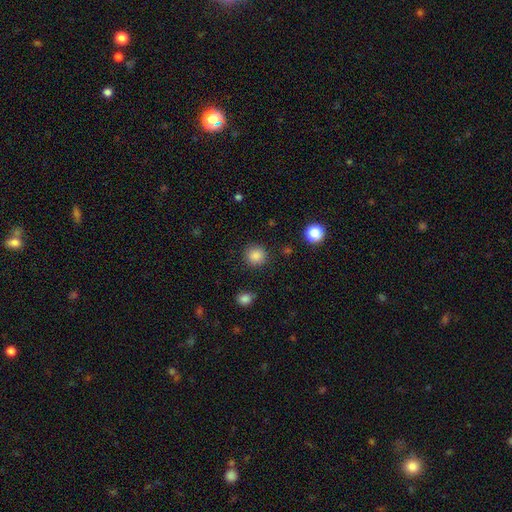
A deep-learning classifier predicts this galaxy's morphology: Q: Smooth or featured?
A: smooth (86%); runner-up: star or artifact (10%)
Q: How rounded?
A: round (92%); runner-up: in between (7%)
Q: Merging?
A: none (88%); runner-up: minor disturbance (7%)